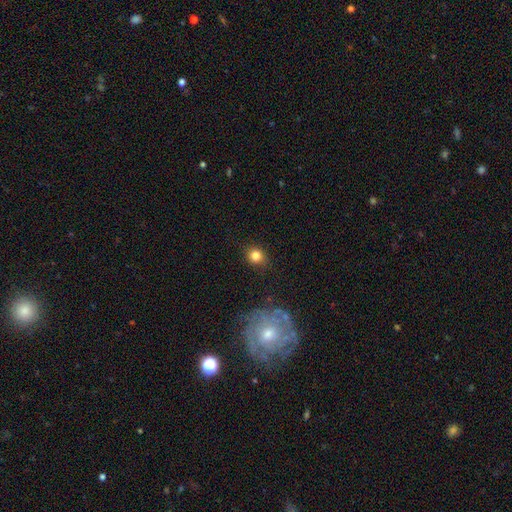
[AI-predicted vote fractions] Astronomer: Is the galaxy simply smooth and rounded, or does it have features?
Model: smooth — 82%.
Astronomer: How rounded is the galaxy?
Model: round — 81%.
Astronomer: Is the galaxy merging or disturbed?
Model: none — 86%.